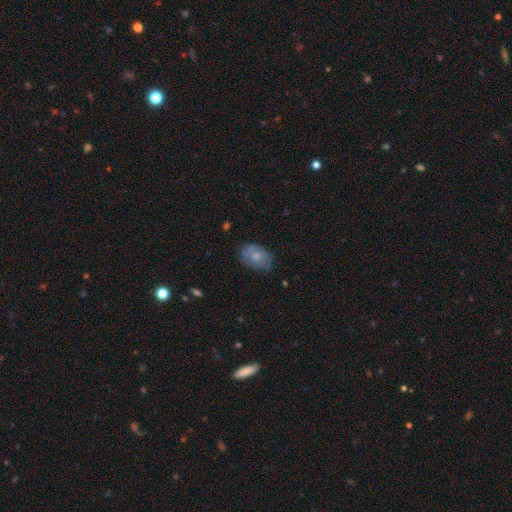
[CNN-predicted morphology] smooth_or_featured: smooth (p=0.68) [alt: featured or disk p=0.25]
how_rounded: in between (p=0.83) [alt: round p=0.16]
merging: none (p=0.70) [alt: minor disturbance p=0.23]